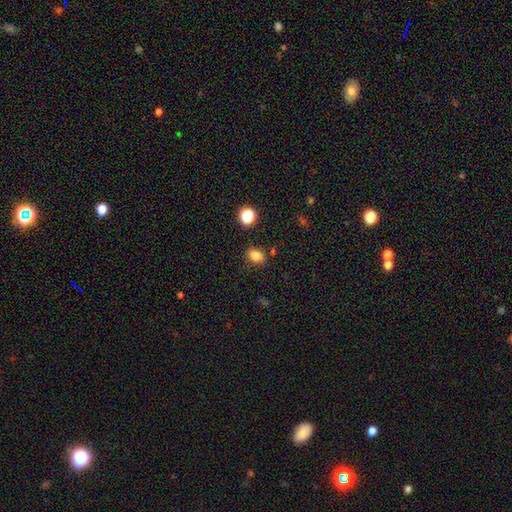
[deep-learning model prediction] Smooth or featured? smooth (82%)
How rounded? in between (74%)
Merging? none (81%)